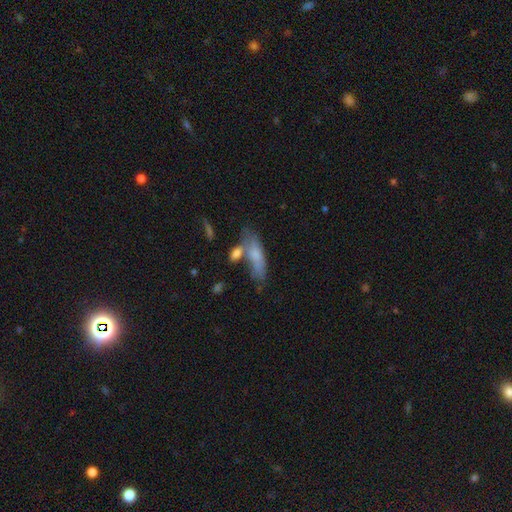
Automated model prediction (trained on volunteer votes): This is likely a smooth galaxy (69%). How rounded: possibly cigar-shaped (51%). Merging: possibly none (49%).